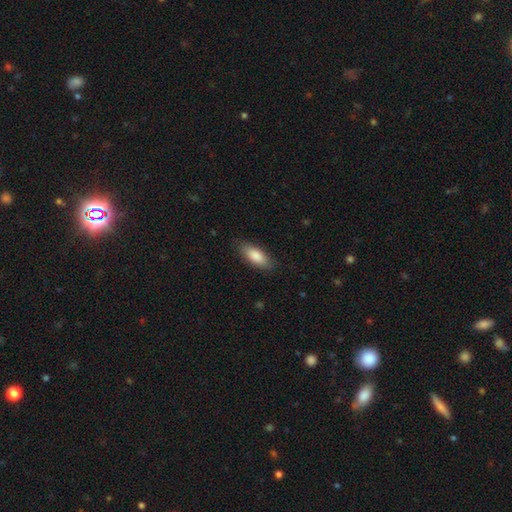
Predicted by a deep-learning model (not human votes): A smooth galaxy with no disk features (84%) that is in between round and cigar-shaped (76%). Merging: none (83%).